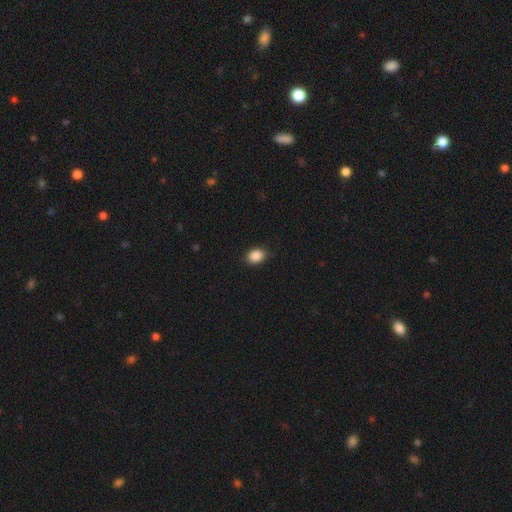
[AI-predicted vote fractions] A smooth galaxy with no disk features (88%) that is in between round and cigar-shaped (70%). Merging: none (88%).